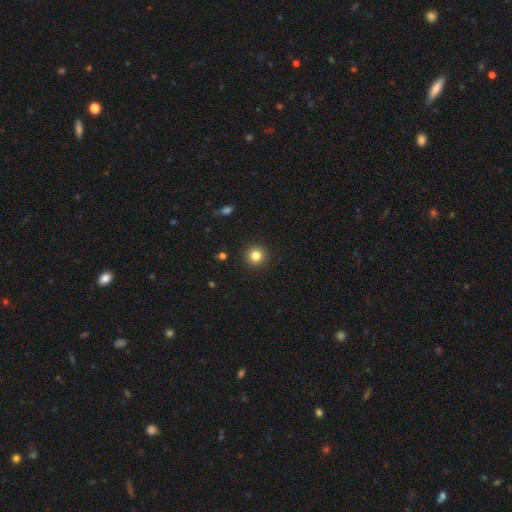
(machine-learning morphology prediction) smooth 83%, star or artifact 12%, featured or disk 6%. Down the decision tree: how rounded — round (95%); merging — none (92%).